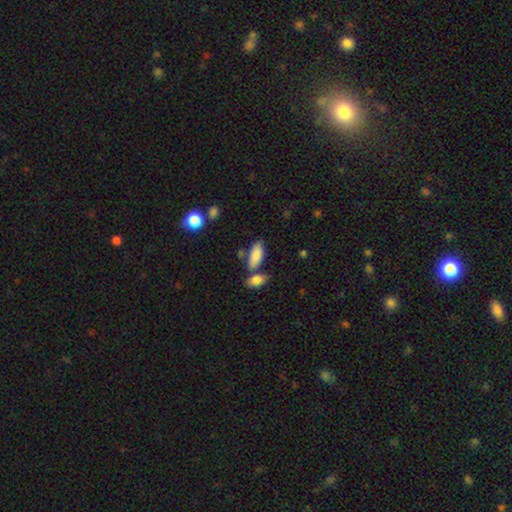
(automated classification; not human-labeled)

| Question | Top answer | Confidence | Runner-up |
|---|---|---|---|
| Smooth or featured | smooth | 86% | featured or disk (8%) |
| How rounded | in between | 82% | cigar-shaped (15%) |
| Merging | none | 57% | merger (22%) |